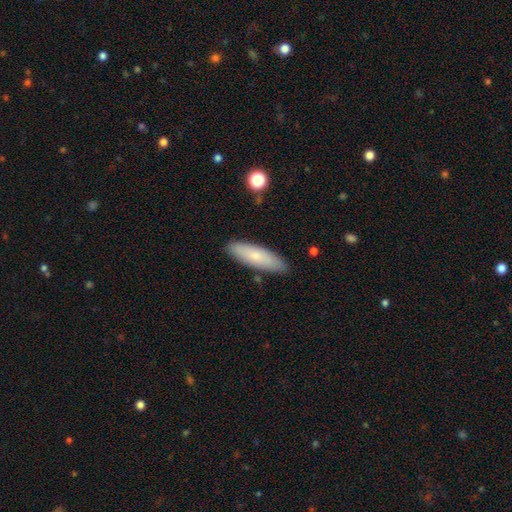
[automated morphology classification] Q: Smooth or featured?
A: smooth (72%); runner-up: featured or disk (22%)
Q: How rounded?
A: cigar-shaped (60%); runner-up: in between (38%)
Q: Merging?
A: none (86%); runner-up: minor disturbance (10%)